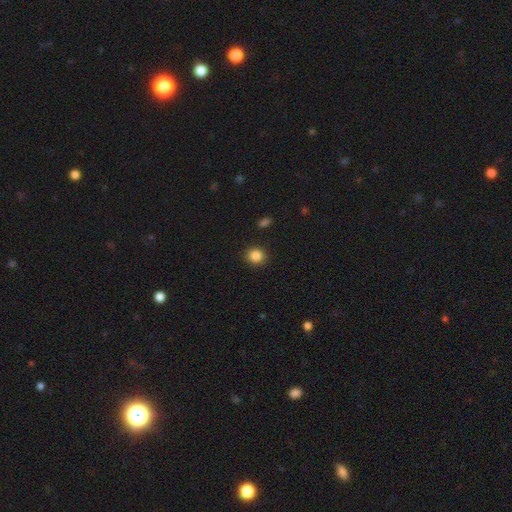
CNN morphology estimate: This appears to be a smooth galaxy with no disk features (85%) that is round (84%). Merging: none (91%).